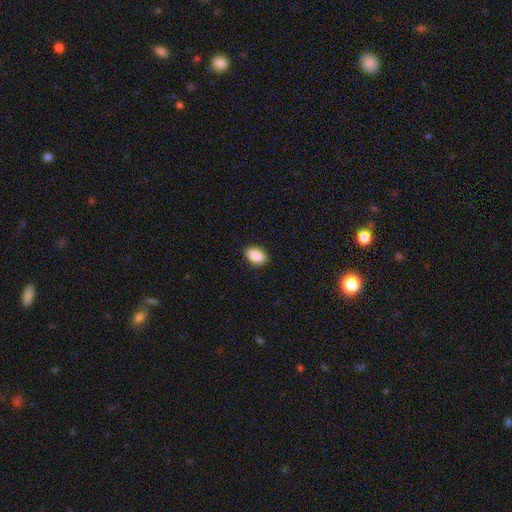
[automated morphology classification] smooth_or_featured: smooth (p=0.90) [alt: star or artifact p=0.07]
how_rounded: in between (p=0.90) [alt: round p=0.09]
merging: none (p=0.89) [alt: minor disturbance p=0.08]